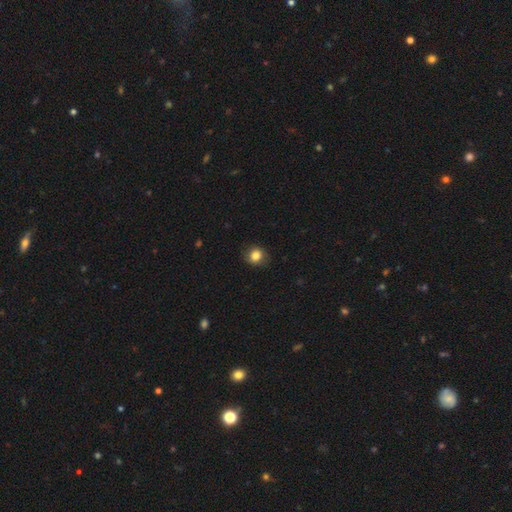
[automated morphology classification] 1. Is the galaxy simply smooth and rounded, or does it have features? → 83% smooth, 10% star or artifact, 7% featured or disk.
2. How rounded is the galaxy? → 80% round, 19% in between, 1% cigar-shaped.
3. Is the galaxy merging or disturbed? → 84% none, 12% minor disturbance, 3% major disturbance, 1% merger.